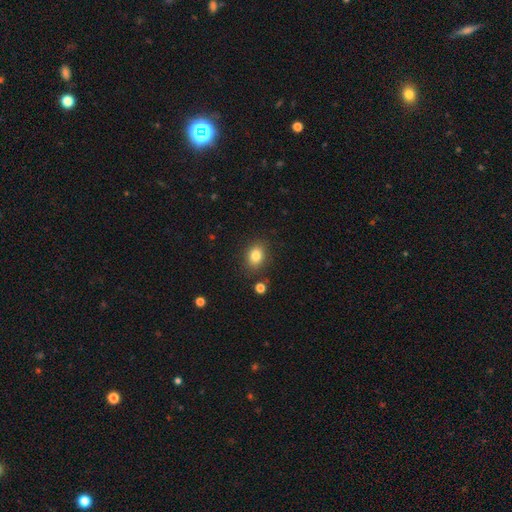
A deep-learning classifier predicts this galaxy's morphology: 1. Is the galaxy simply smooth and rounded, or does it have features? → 82% smooth, 10% star or artifact, 8% featured or disk.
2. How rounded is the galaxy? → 65% in between, 34% round, 1% cigar-shaped.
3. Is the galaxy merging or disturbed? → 84% none, 10% minor disturbance, 3% major disturbance, 3% merger.